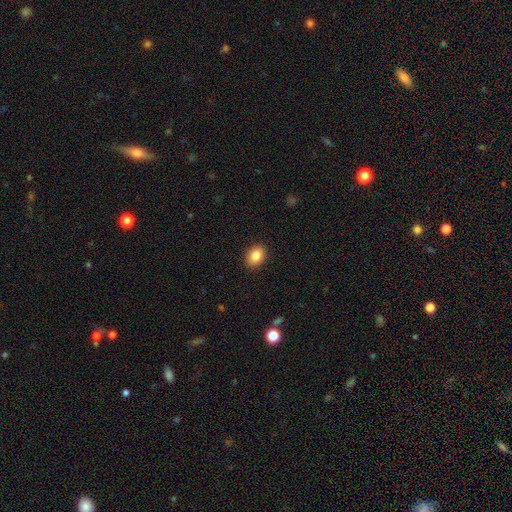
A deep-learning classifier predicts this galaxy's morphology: The model was most divided on "how rounded": in between: 76%, round: 23%, cigar-shaped: 1%. More confident: merging — none (90%); smooth or featured — smooth (86%).